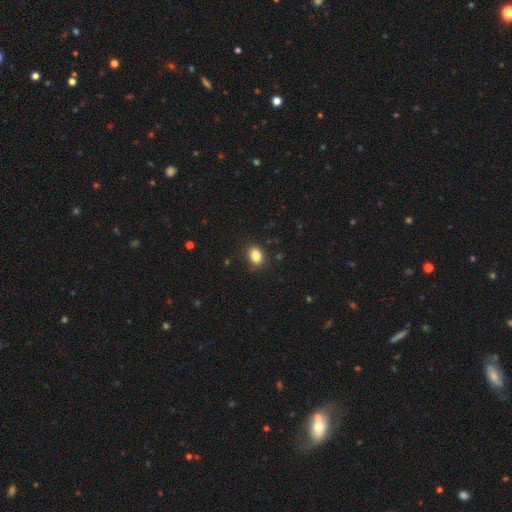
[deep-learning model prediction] Q: Smooth or featured?
A: smooth (86%); runner-up: star or artifact (9%)
Q: How rounded?
A: in between (72%); runner-up: round (26%)
Q: Merging?
A: none (86%); runner-up: minor disturbance (10%)